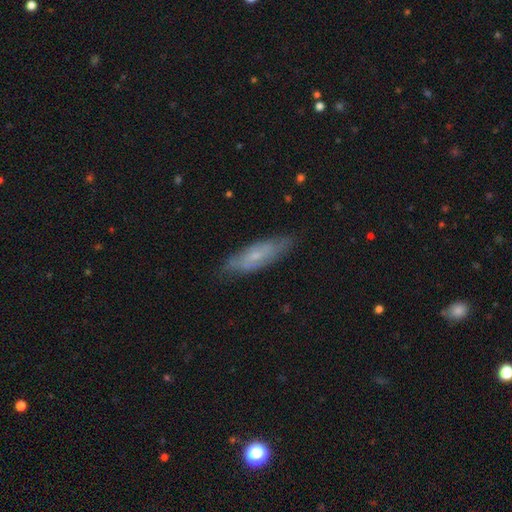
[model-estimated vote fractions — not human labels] Overall: featured or disk (48%; smooth 45%). Merging: none (76%).